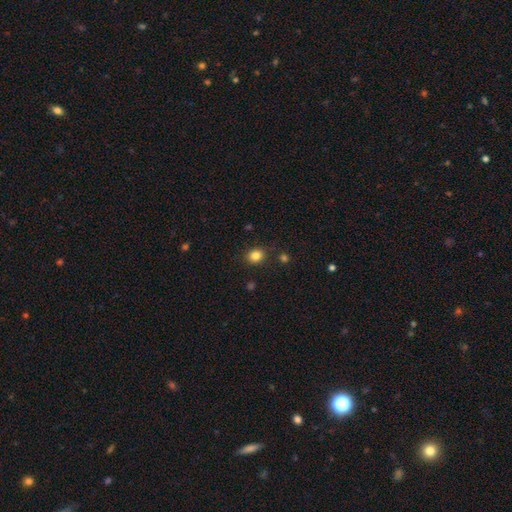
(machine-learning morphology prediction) A smooth galaxy with no disk features (84%) that is round (73%).

Vote fractions:
- Smooth or featured? smooth: 84% / star or artifact: 12% / featured or disk: 4%
- How rounded? round: 73% / in between: 26% / cigar-shaped: 1%
- Merging? none: 86% / minor disturbance: 9% / major disturbance: 3% / merger: 3%